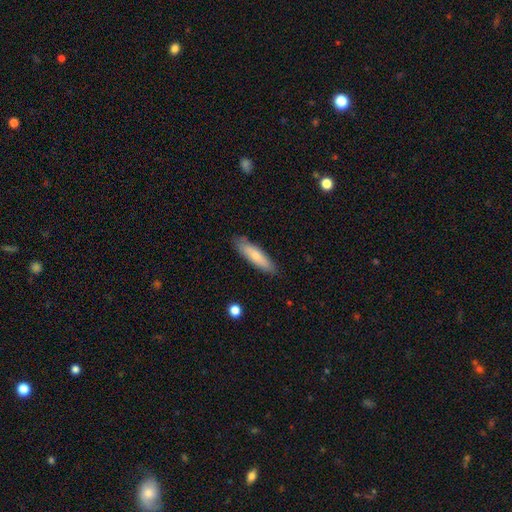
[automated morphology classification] A smooth galaxy with no disk features (72%) that is cigar-shaped (68%).

Vote fractions:
- Smooth or featured? smooth: 72% / featured or disk: 23% / star or artifact: 6%
- How rounded? cigar-shaped: 68% / in between: 31% / round: 2%
- Merging? none: 84% / minor disturbance: 12% / major disturbance: 2% / merger: 1%